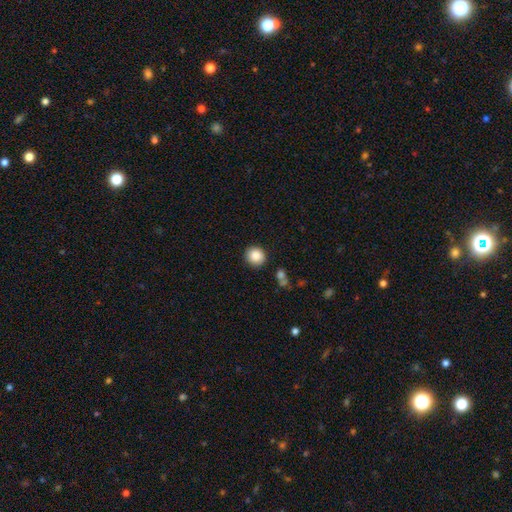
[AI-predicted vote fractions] Morphology: type=smooth (88%); roundness=round (90%); merging=none (89%).